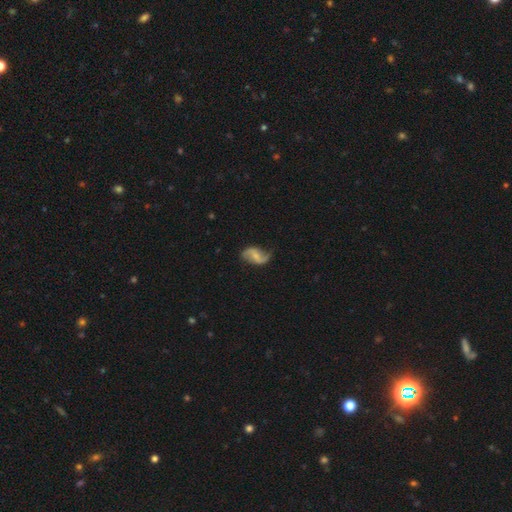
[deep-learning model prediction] Overall: featured or disk (79%). Edge-on disk: no (97%). Bar: weak (45%; no 37%). Spiral arms: yes (94%). Spiral arm count: 2 (91%). Spiral winding: loose (73%). Bulge size: small (52%; moderate 27%). Merging: none (72%).